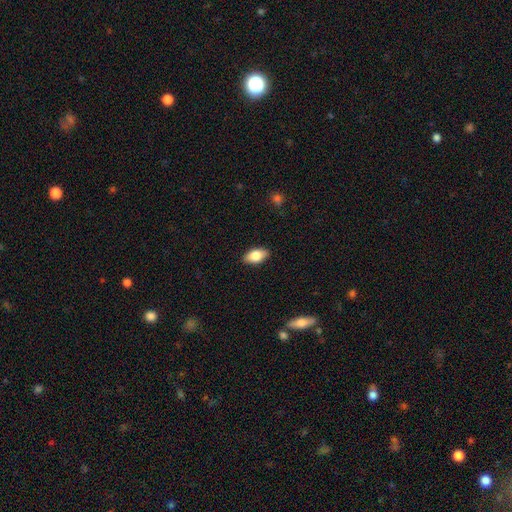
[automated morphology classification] Smooth or featured?
  - smooth: 79% *
  - featured or disk: 14%
  - star or artifact: 7%
How rounded?
  - in between: 91% *
  - round: 5%
  - cigar-shaped: 4%
Merging?
  - none: 88% *
  - minor disturbance: 9%
  - major disturbance: 2%
  - merger: 1%